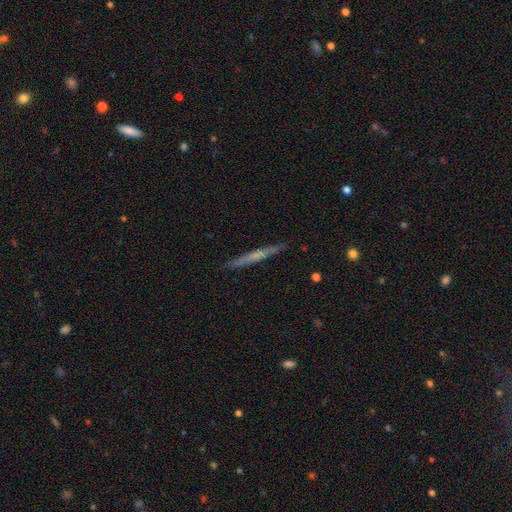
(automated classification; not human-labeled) A featured or disk galaxy (53%) viewed edge-on (96%) with no central bulge (63%).

Vote fractions:
- Smooth or featured? featured or disk: 53% / smooth: 40% / star or artifact: 6%
- Edge-on disk? yes: 96% / no: 4%
- Edge-on bulge? none: 63% / rounded: 29% / boxy: 8%
- Merging? none: 89% / minor disturbance: 8% / major disturbance: 1% / merger: 1%